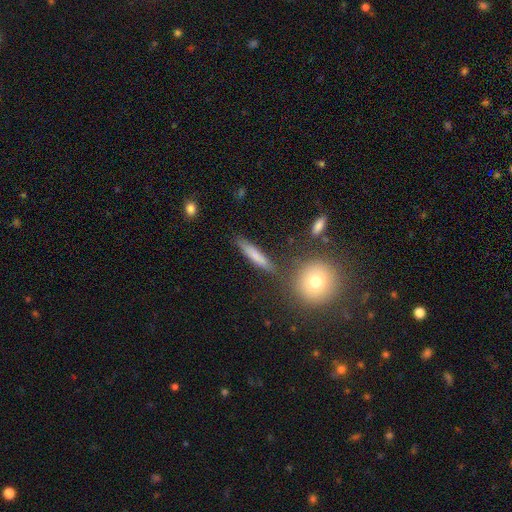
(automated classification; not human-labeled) This appears to be a smooth galaxy with no disk features (68%) that is cigar-shaped (81%). Merging: none (79%).